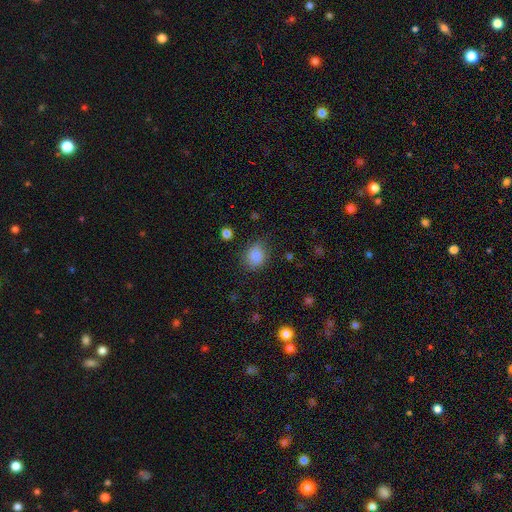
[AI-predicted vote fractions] The model was most divided on "how rounded": round: 60%, in between: 39%, cigar-shaped: 1%. More confident: smooth or featured — smooth (85%); merging — none (74%).